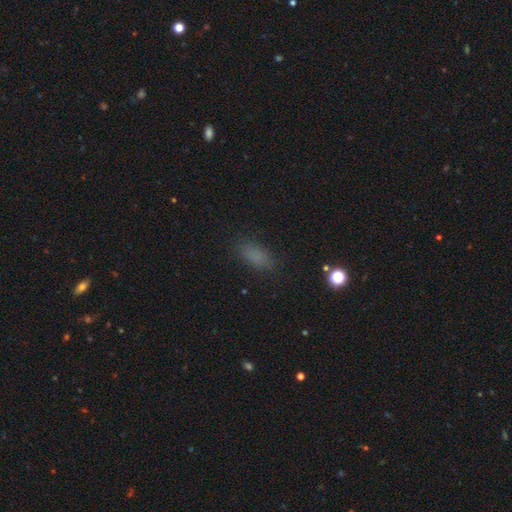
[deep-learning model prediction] A smooth galaxy with no disk features (78%) that is in between round and cigar-shaped (79%). Merging: none (83%).